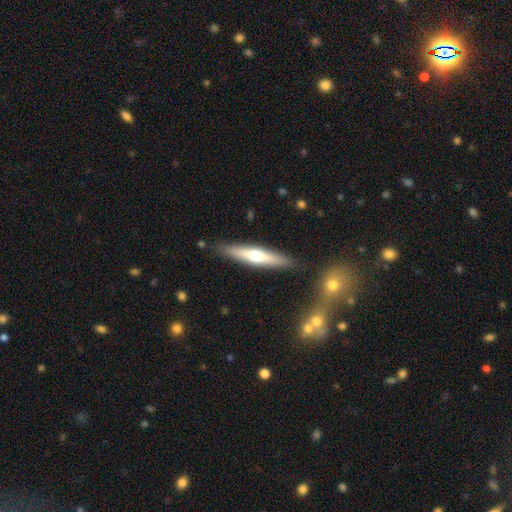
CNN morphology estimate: The model was most divided on "smooth or featured" (2-way tie): smooth: 47%, featured or disk: 47%, star or artifact: 5%. More confident: merging — none (87%).